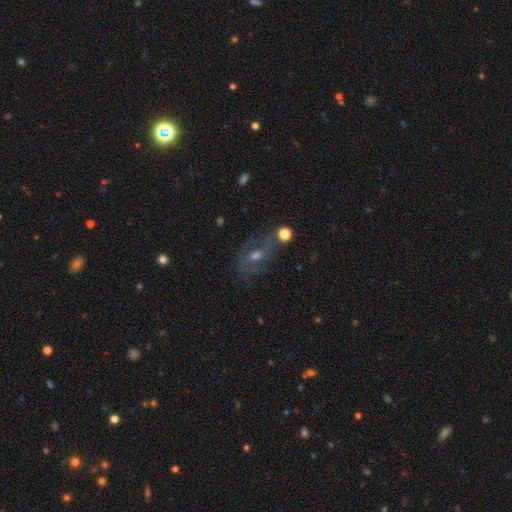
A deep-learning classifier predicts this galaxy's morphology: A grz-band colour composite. It shows a featured or disk galaxy (60%) with a weak bar (43%, tied with no), spiral arms (72%) and a moderate central bulge (58%). Merging: none (60%).